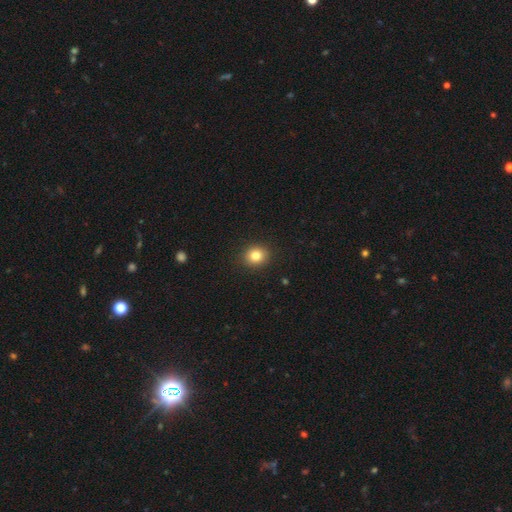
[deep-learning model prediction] smooth 82%, star or artifact 11%, featured or disk 7%. Down the decision tree: how rounded — round (74%); merging — none (91%).